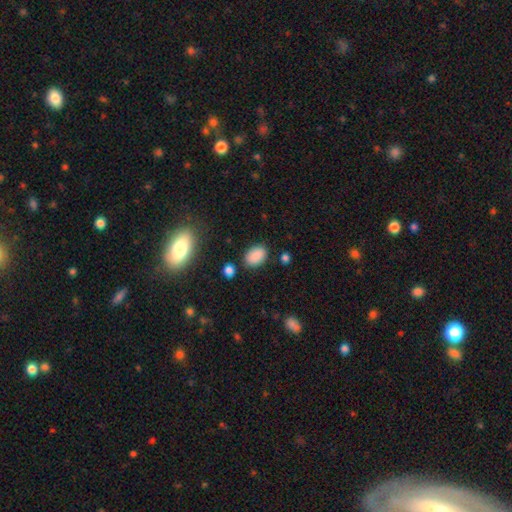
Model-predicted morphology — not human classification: This appears to be a smooth galaxy with no disk features (87%) that is in between round and cigar-shaped (85%). Merging: none (82%).